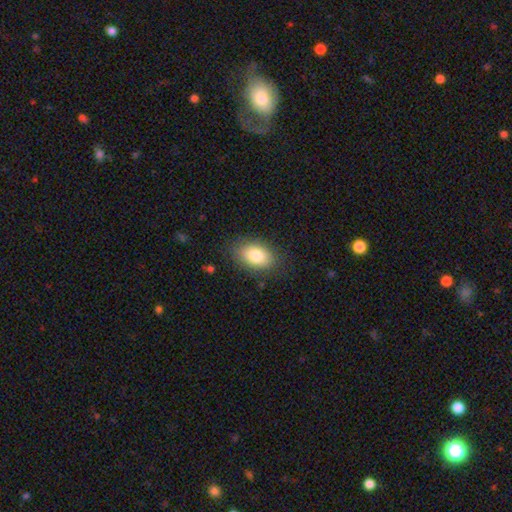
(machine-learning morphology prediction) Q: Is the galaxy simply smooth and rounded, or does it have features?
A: smooth — 83%.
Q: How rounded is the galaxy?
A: in between — 88%.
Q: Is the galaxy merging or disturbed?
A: none — 83%.